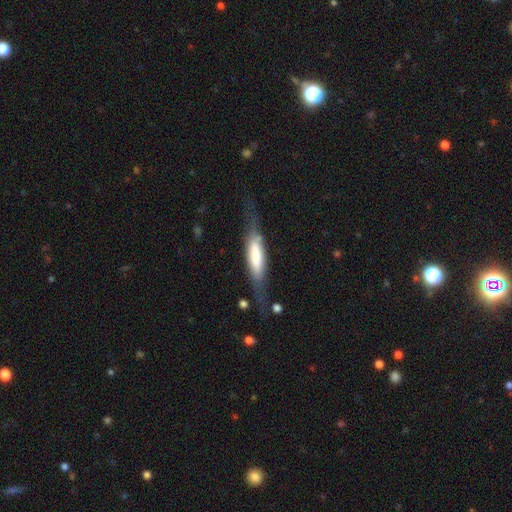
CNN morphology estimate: Overall: smooth (56%; featured or disk 38%). How rounded: cigar-shaped (64%; in between 34%). Merging: none (56%; minor disturbance 24%).